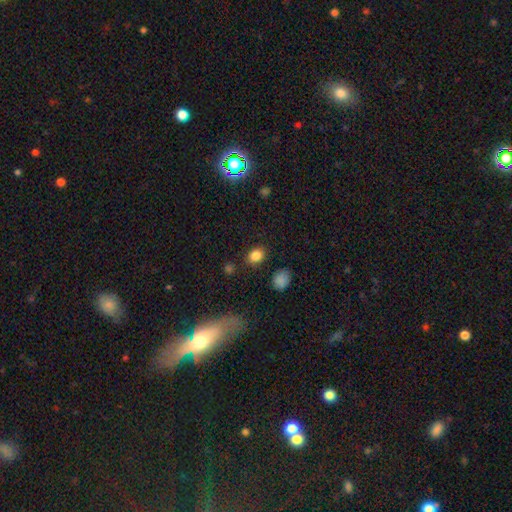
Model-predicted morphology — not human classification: Smooth or featured? smooth (85%)
How rounded? in between (59%)
Merging? none (85%)